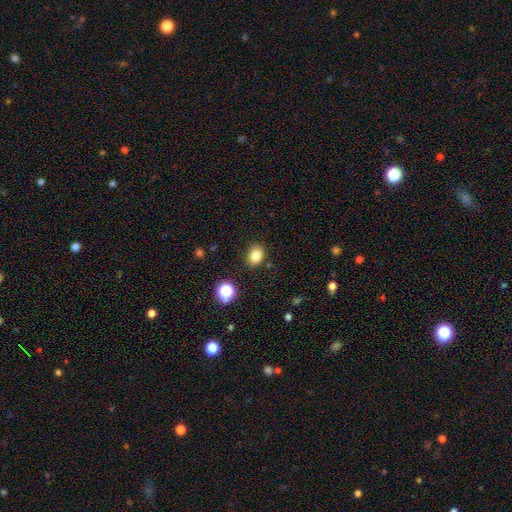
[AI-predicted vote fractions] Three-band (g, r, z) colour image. It shows a smooth galaxy with no disk features (82%) that is in between round and cigar-shaped (57%). Merging: none (82%).